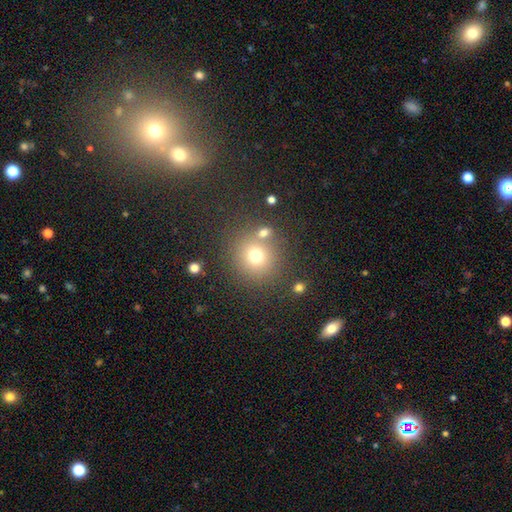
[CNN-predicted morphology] smooth_or_featured: smooth (p=0.73) [alt: star or artifact p=0.17]
how_rounded: round (p=0.90) [alt: in between p=0.10]
merging: none (p=0.73) [alt: merger p=0.13]